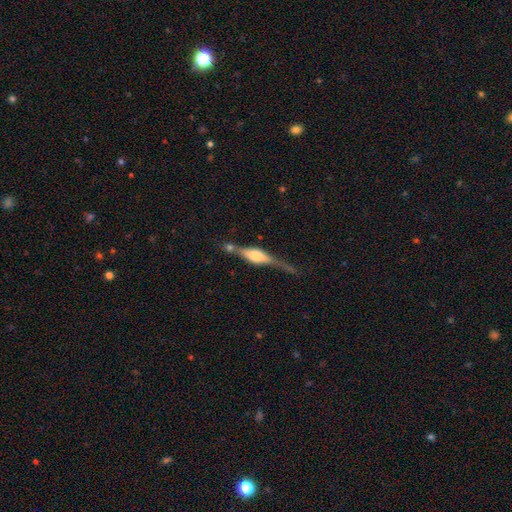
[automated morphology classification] featured or disk 73%, smooth 21%, star or artifact 6%. Down the decision tree: edge-on disk — yes (96%); edge-on bulge — rounded (79%); merging — none (62%).